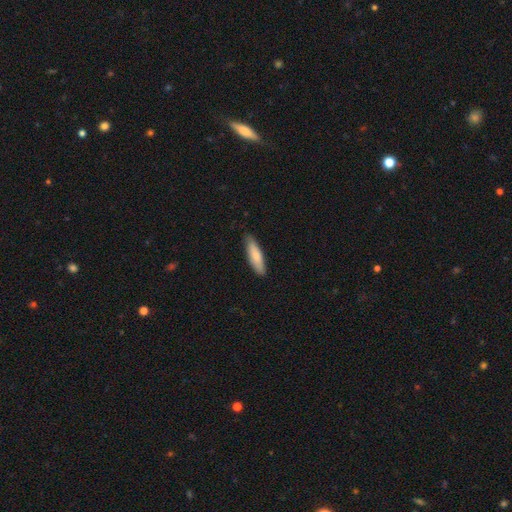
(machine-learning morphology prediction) smooth_or_featured: smooth (p=0.81) [alt: featured or disk p=0.14]
how_rounded: cigar-shaped (p=0.66) [alt: in between p=0.33]
merging: none (p=0.85) [alt: minor disturbance p=0.12]